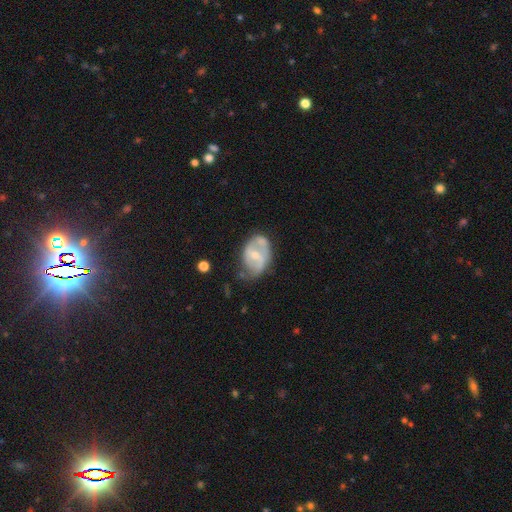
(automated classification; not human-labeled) Smooth or featured: featured or disk — 69% (smooth — 25%)
Edge-on disk: no — 97% (yes — 3%)
Bar: weak — 46% (no — 35%)
Spiral arms: yes — 72% (no — 28%)
Bulge size: small — 55% (moderate — 39%)
Merging: none — 44% (minor disturbance — 32%)